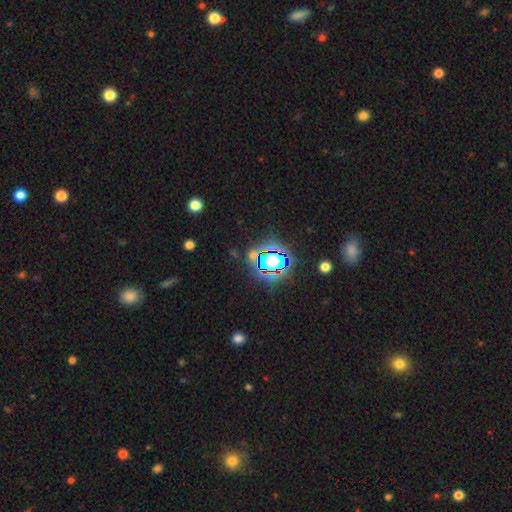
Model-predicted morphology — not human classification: The model was most divided on "smooth or featured": star or artifact: 74%, smooth: 17%, featured or disk: 10%.